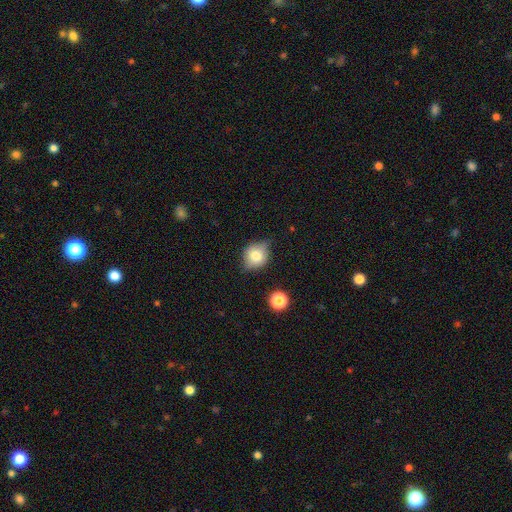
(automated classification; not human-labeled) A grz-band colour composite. It shows a smooth galaxy with no disk features (68%) that is round (67%). Merging: none (65%).